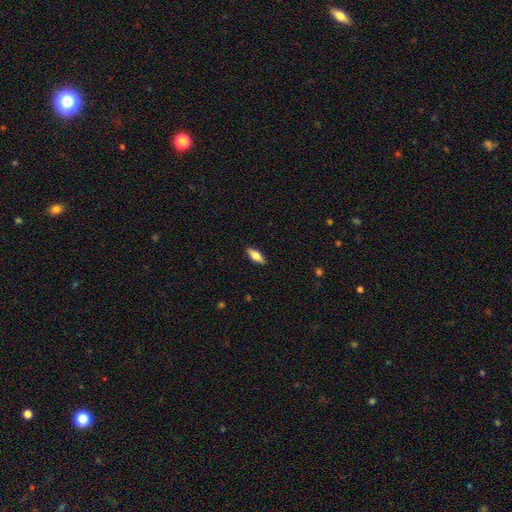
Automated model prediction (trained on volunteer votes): Morphology: type=smooth (65%); roundness=in between (68%); merging=none (89%).